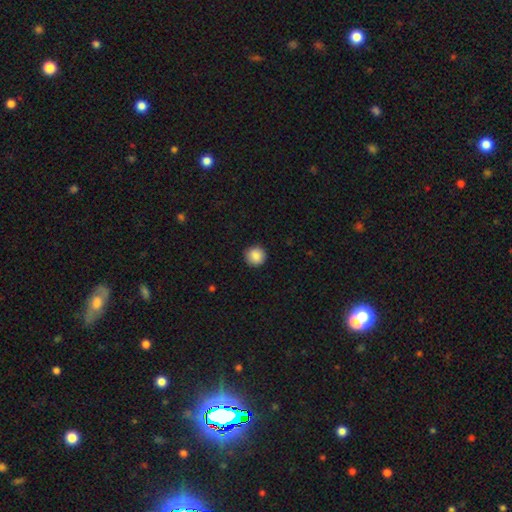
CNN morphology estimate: smooth 88%, star or artifact 8%, featured or disk 3%. Down the decision tree: how rounded — round (95%); merging — none (92%).